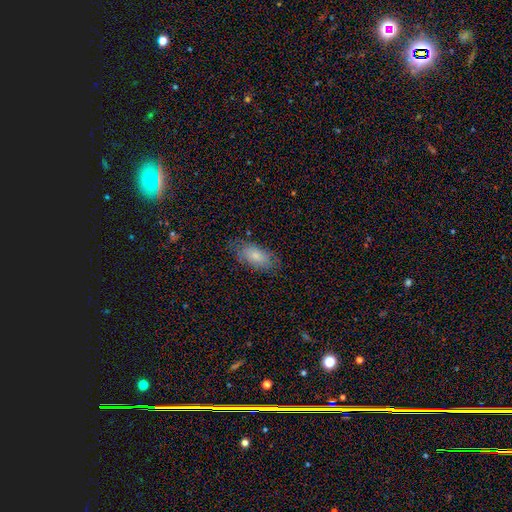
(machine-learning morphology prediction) smooth-or-featured: smooth: 73% | featured or disk: 19% | star or artifact: 7%
  how-rounded: in between: 90% | cigar-shaped: 7% | round: 3%
  merging: none: 73% | minor disturbance: 20% | major disturbance: 6% | merger: 1%